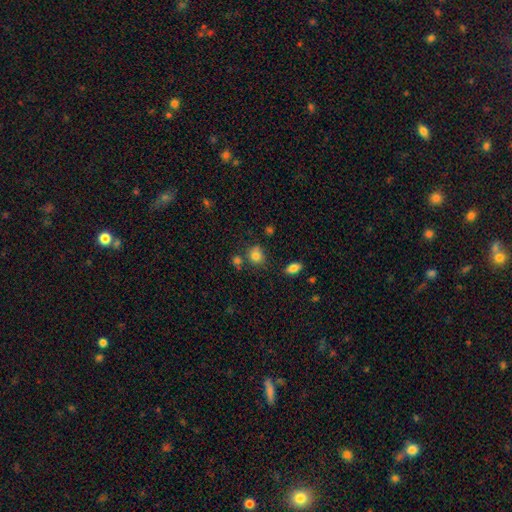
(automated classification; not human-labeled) smooth_or_featured: smooth (p=0.82) [alt: star or artifact p=0.11]
how_rounded: round (p=0.73) [alt: in between p=0.26]
merging: none (p=0.68) [alt: minor disturbance p=0.17]